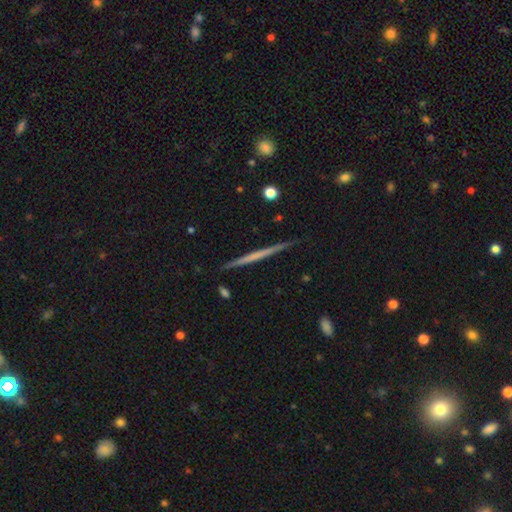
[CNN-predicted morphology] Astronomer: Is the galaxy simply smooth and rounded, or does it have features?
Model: featured or disk — 60%.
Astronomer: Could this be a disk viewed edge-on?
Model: yes — 98%.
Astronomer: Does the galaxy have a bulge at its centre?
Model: none — 88%.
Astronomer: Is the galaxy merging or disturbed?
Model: none — 91%.